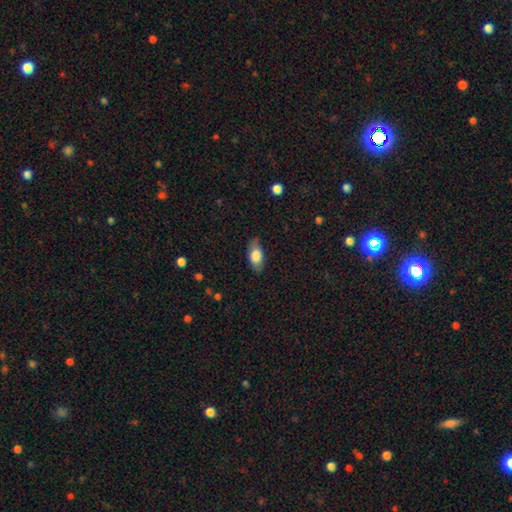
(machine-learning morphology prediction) Overall: smooth (77%). How rounded: in between (89%). Merging: none (77%).